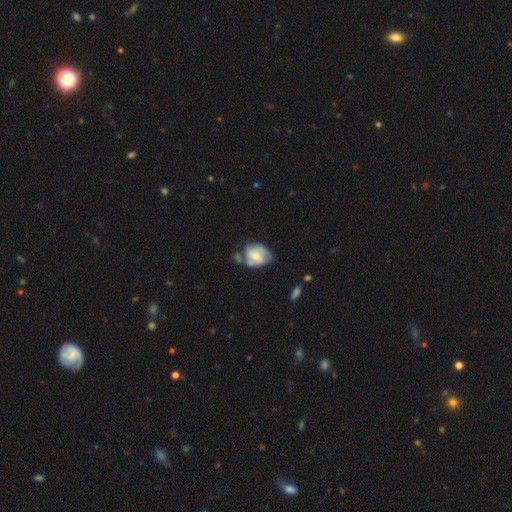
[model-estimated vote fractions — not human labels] smooth_or_featured: featured or disk (p=0.62) [alt: smooth p=0.32]
disk_edge_on: no (p=0.97) [alt: yes p=0.03]
bar: no (p=0.45) [alt: weak p=0.43]
has_spiral_arms: yes (p=0.85) [alt: no p=0.15]
spiral_winding: medium (p=0.44) [alt: tight p=0.38]
spiral_arm_count: 2 (p=0.60) [alt: can't tell p=0.20]
bulge_size: moderate (p=0.47) [alt: small p=0.38]
merging: none (p=0.44) [alt: minor disturbance p=0.28]